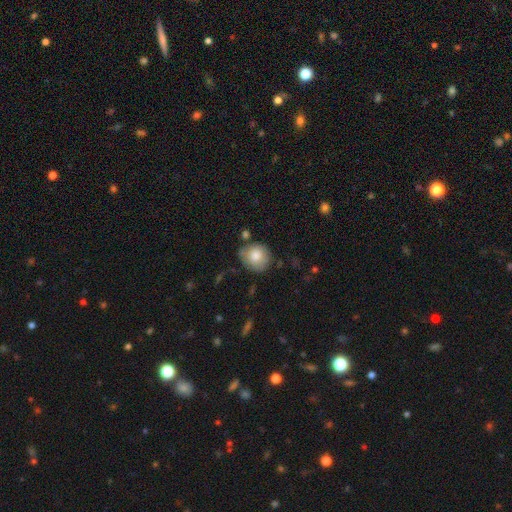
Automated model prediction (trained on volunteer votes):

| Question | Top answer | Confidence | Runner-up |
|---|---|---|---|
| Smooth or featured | smooth | 80% | featured or disk (12%) |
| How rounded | round | 82% | in between (17%) |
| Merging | none | 71% | minor disturbance (20%) |